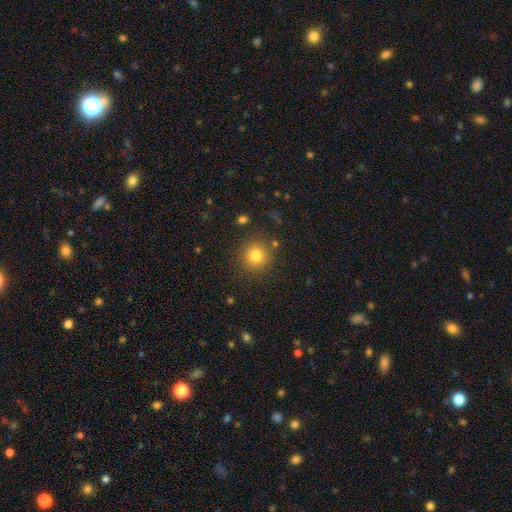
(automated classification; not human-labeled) smooth 81%, star or artifact 12%, featured or disk 7%. Down the decision tree: how rounded — round (93%); merging — none (86%).